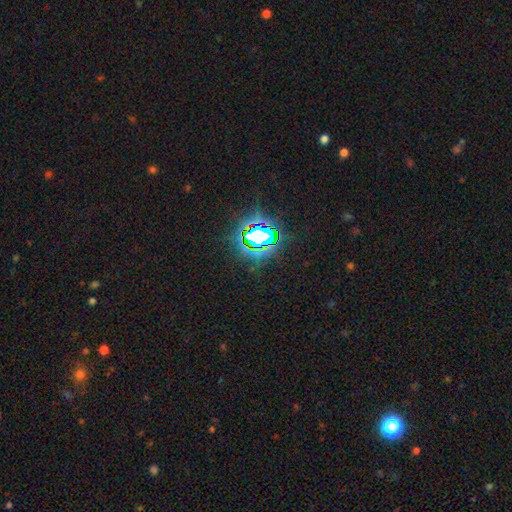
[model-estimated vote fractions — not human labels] star or artifact 82%, smooth 12%, featured or disk 7%.